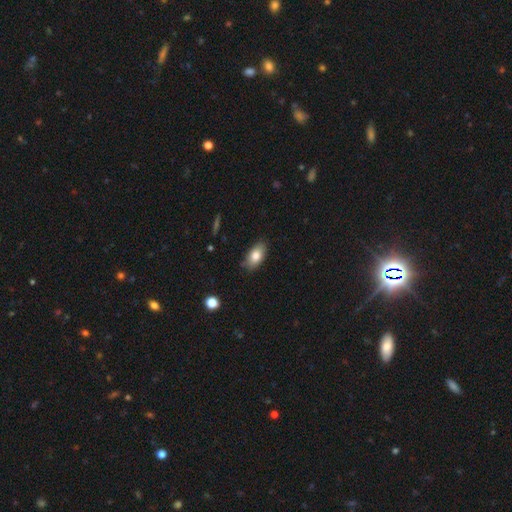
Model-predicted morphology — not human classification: type=smooth (79%); roundness=in between (91%); merging=none (78%).